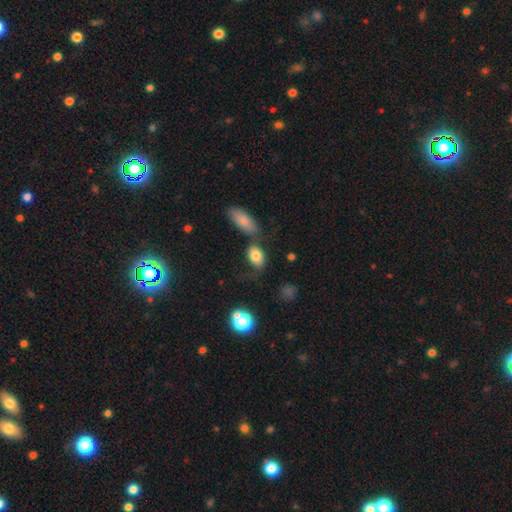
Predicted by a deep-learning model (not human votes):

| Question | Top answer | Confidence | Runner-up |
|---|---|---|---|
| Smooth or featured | smooth | 81% | featured or disk (11%) |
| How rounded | in between | 85% | round (12%) |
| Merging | none | 55% | minor disturbance (19%) |